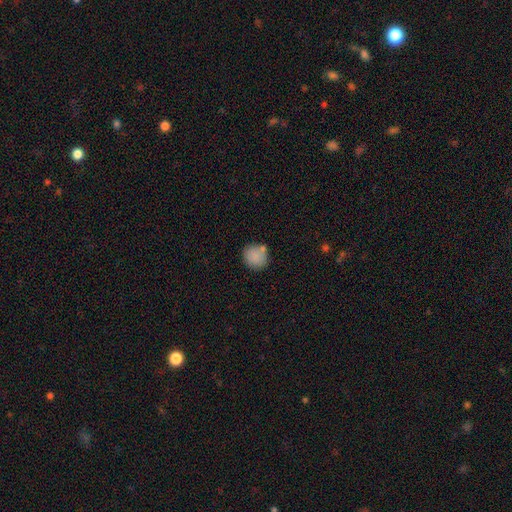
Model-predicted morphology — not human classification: smooth_or_featured: smooth (p=0.86) [alt: star or artifact p=0.09]
how_rounded: round (p=0.85) [alt: in between p=0.14]
merging: none (p=0.73) [alt: minor disturbance p=0.12]